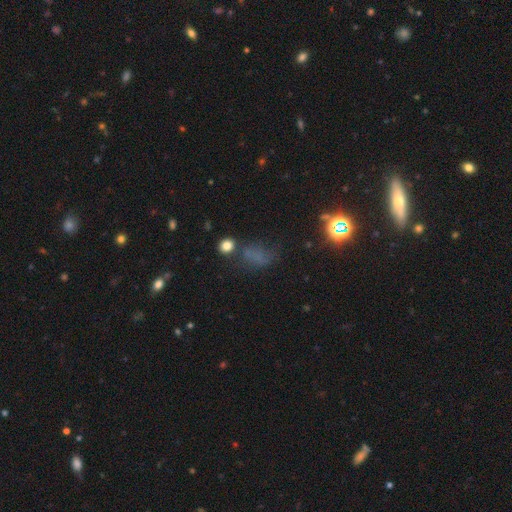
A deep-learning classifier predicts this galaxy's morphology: Smooth or featured?
  - smooth: 50% *
  - star or artifact: 32%
  - featured or disk: 18%
Merging?
  - none: 45% *
  - minor disturbance: 24%
  - major disturbance: 23%
  - merger: 8%